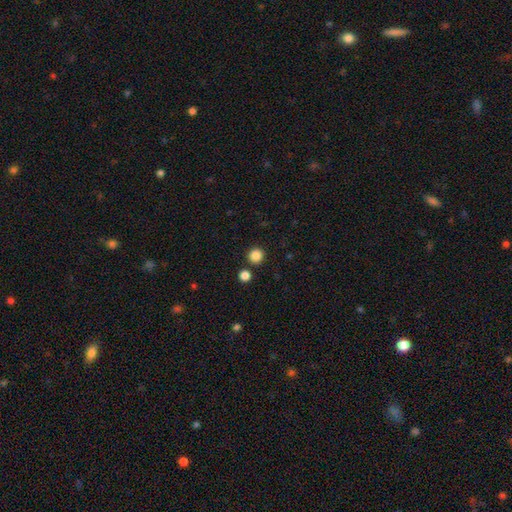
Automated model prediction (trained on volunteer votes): Q: Smooth or featured?
A: smooth (86%); runner-up: star or artifact (11%)
Q: How rounded?
A: round (94%); runner-up: in between (5%)
Q: Merging?
A: none (86%); runner-up: merger (6%)